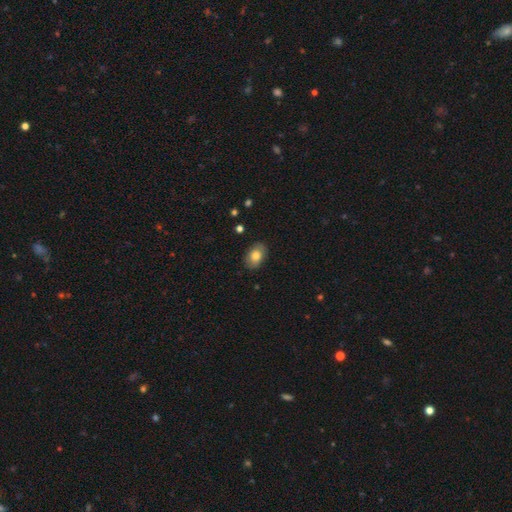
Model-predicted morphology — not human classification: Smooth or featured?
  - smooth: 80% *
  - featured or disk: 13%
  - star or artifact: 7%
How rounded?
  - in between: 85% *
  - round: 14%
  - cigar-shaped: 1%
Merging?
  - none: 86% *
  - minor disturbance: 10%
  - major disturbance: 2%
  - merger: 1%